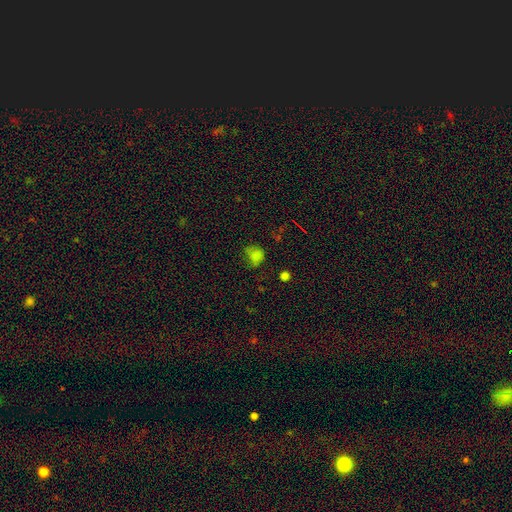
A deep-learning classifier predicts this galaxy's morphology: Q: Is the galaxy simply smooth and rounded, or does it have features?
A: smooth — 71%.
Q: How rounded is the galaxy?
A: round — 59%.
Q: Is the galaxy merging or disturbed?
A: none — 46%.